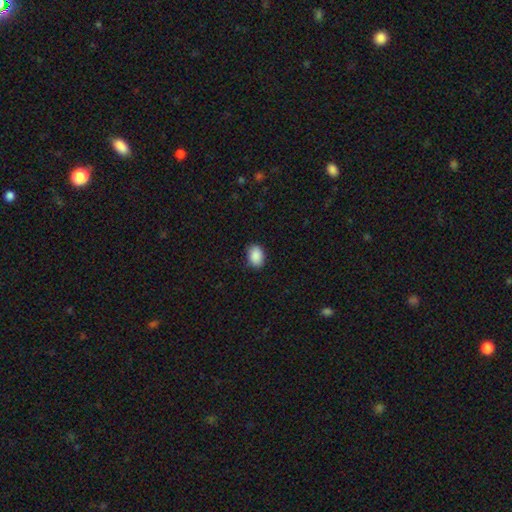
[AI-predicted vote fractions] smooth_or_featured: smooth (p=0.90) [alt: star or artifact p=0.07]
how_rounded: in between (p=0.79) [alt: round p=0.20]
merging: none (p=0.87) [alt: minor disturbance p=0.10]